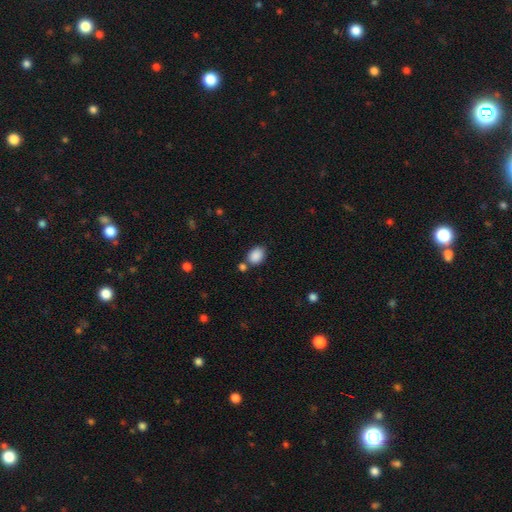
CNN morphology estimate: smooth_or_featured: smooth (p=0.88) [alt: star or artifact p=0.08]
how_rounded: in between (p=0.70) [alt: round p=0.29]
merging: none (p=0.69) [alt: minor disturbance p=0.14]